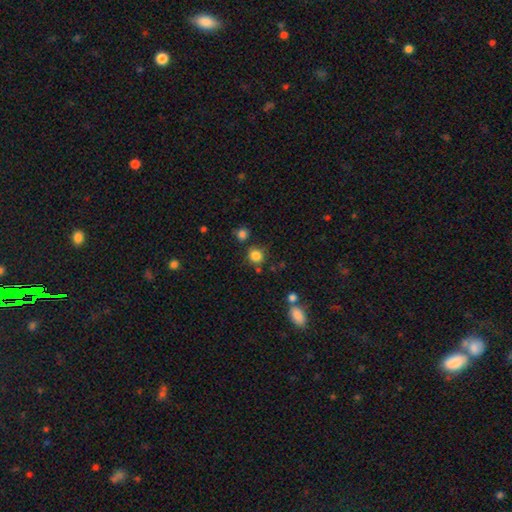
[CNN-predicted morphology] This is clearly a smooth galaxy (83%). How rounded: clearly round (87%). Merging: likely none (78%).